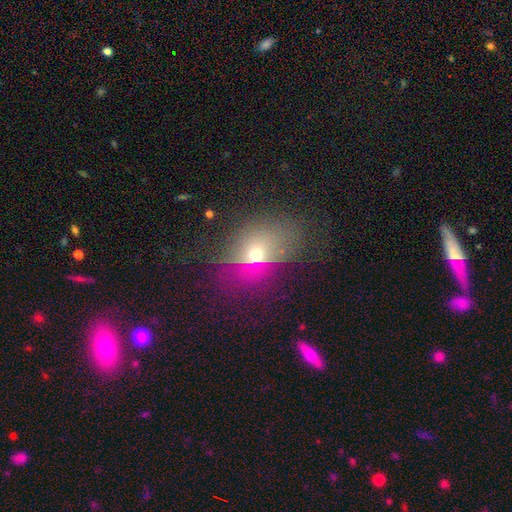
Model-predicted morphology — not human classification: smooth_or_featured: smooth (p=0.55) [alt: star or artifact p=0.23]
how_rounded: in between (p=0.62) [alt: round p=0.35]
merging: none (p=0.59) [alt: minor disturbance p=0.20]